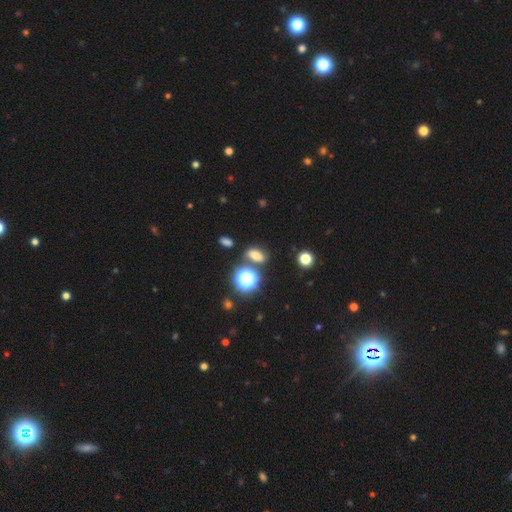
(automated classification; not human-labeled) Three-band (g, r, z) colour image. It shows a smooth galaxy with no disk features (65%) that is in between round and cigar-shaped (71%). Merging: none (72%).